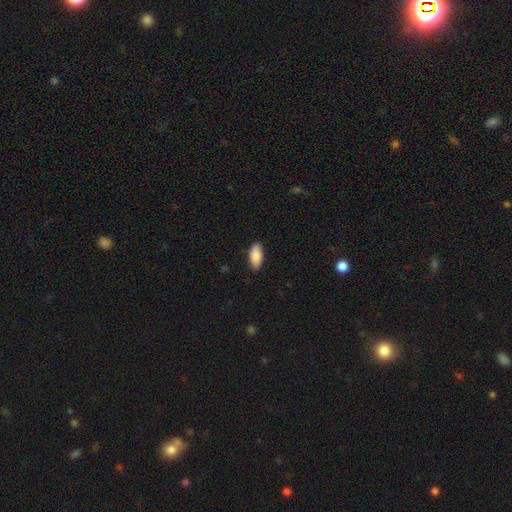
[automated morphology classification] Smooth or featured? smooth (89%)
How rounded? in between (88%)
Merging? none (88%)